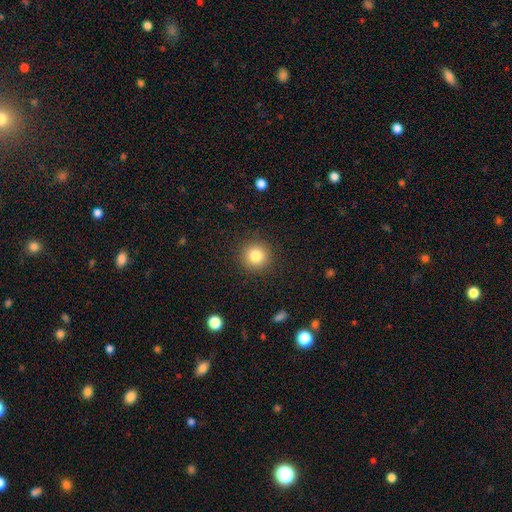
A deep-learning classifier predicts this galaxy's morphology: type=smooth (82%); roundness=round (93%); merging=none (90%).